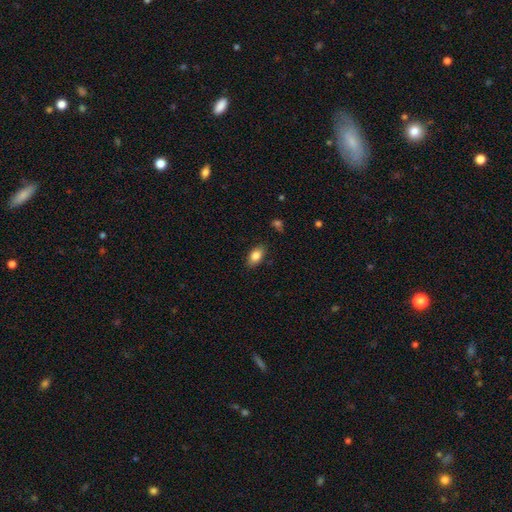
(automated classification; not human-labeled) This is clearly a smooth galaxy (84%). How rounded: clearly in between (89%). Merging: clearly none (84%).